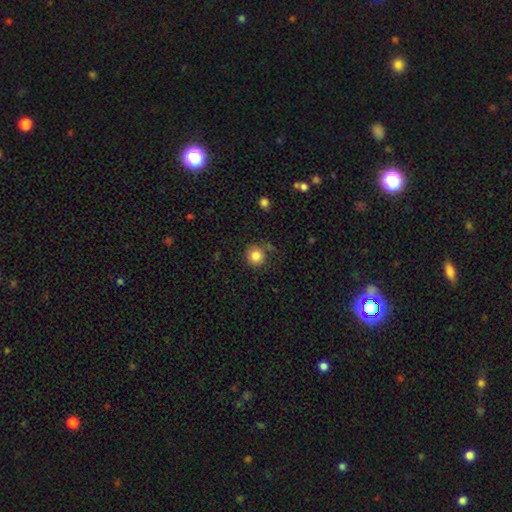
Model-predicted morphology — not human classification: Smooth or featured?
  - smooth: 83% *
  - star or artifact: 11%
  - featured or disk: 6%
How rounded?
  - round: 93% *
  - in between: 6%
  - cigar-shaped: 1%
Merging?
  - none: 81% *
  - minor disturbance: 11%
  - merger: 4%
  - major disturbance: 3%